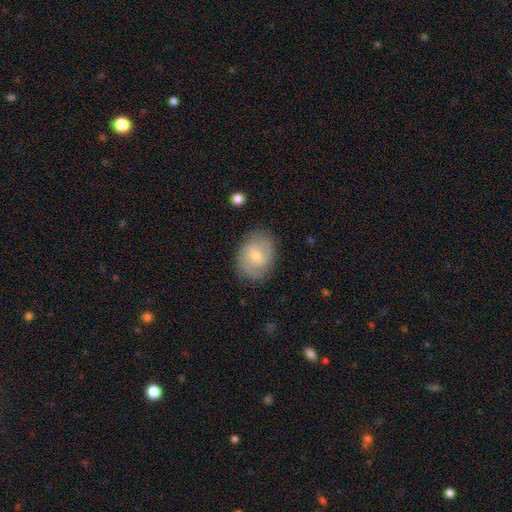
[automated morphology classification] A featured or disk galaxy (51%).

Vote fractions:
- Smooth or featured? featured or disk: 51% / smooth: 41% / star or artifact: 8%
- Edge-on disk? no: 96% / yes: 4%
- Merging? none: 80% / minor disturbance: 15% / major disturbance: 4% / merger: 1%